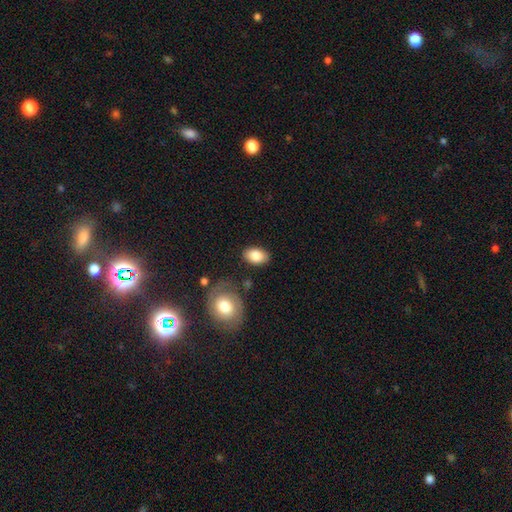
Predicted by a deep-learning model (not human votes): A smooth galaxy with no disk features (84%) that is in between round and cigar-shaped (88%).

Vote fractions:
- Smooth or featured? smooth: 84% / featured or disk: 10% / star or artifact: 7%
- How rounded? in between: 88% / round: 11% / cigar-shaped: 1%
- Merging? none: 82% / minor disturbance: 11% / merger: 4% / major disturbance: 3%